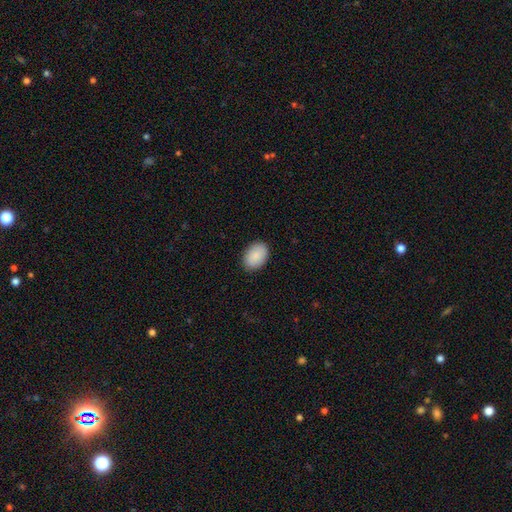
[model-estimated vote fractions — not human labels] Smooth or featured: smooth — 88% (star or artifact — 6%)
How rounded: in between — 84% (round — 15%)
Merging: none — 89% (minor disturbance — 8%)